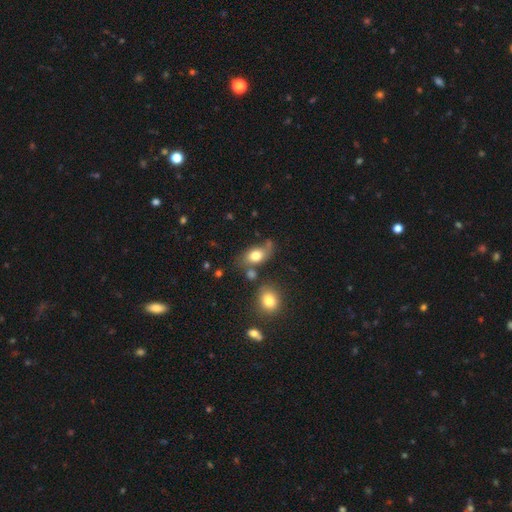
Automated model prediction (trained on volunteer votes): Smooth or featured? Predicted: smooth (p=0.75). How rounded? Predicted: in between (p=0.83). Merging? Predicted: none (p=0.55).